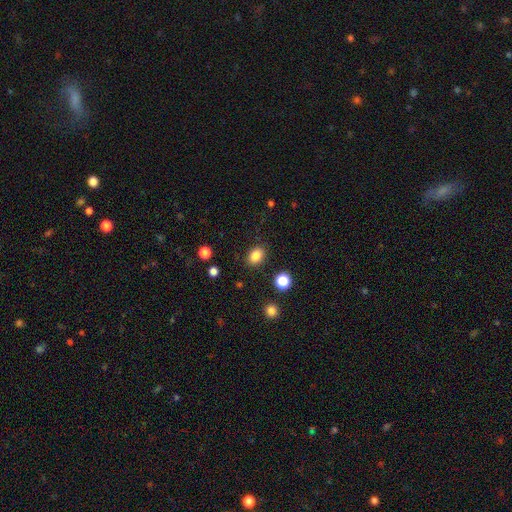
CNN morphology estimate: smooth_or_featured: smooth (p=0.85) [alt: star or artifact p=0.10]
how_rounded: in between (p=0.68) [alt: round p=0.31]
merging: none (p=0.86) [alt: minor disturbance p=0.09]